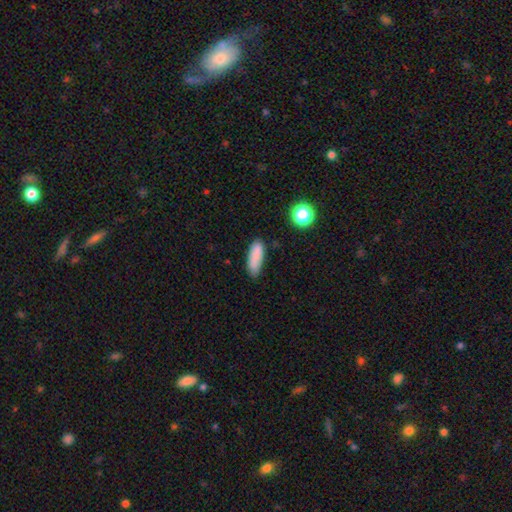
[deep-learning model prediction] Morphology: type=smooth (84%); roundness=in between (57%); merging=none (71%).